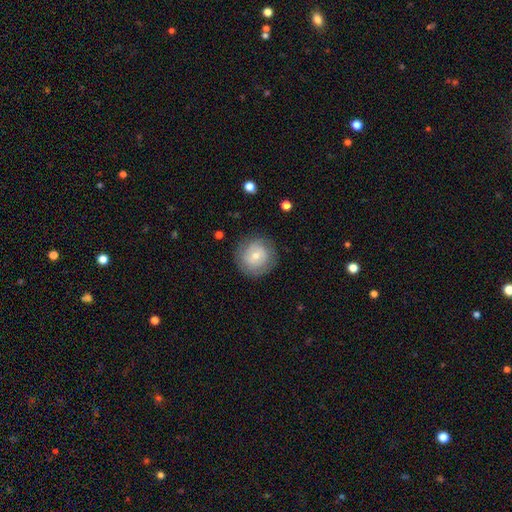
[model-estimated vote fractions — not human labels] Smooth or featured? smooth (60%)
How rounded? round (93%)
Merging? none (83%)